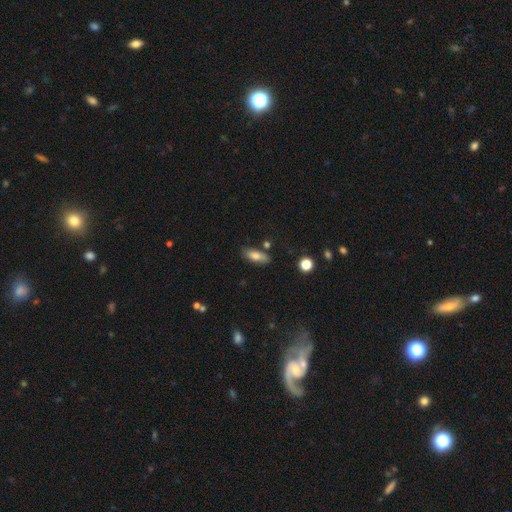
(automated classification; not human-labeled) The model was most divided on "how rounded": in between: 72%, cigar-shaped: 25%, round: 3%. More confident: merging — none (76%); smooth or featured — smooth (76%).